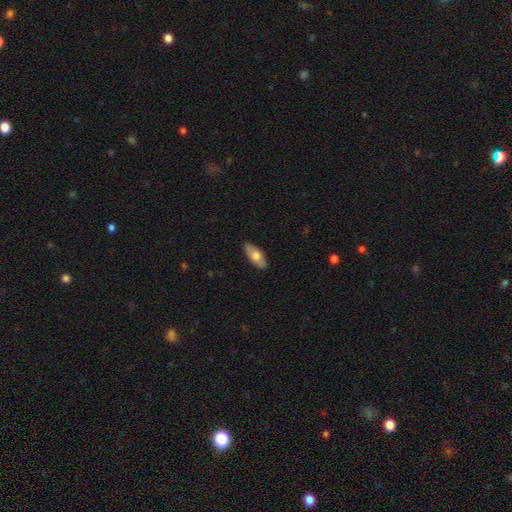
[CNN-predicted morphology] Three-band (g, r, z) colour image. It shows a smooth galaxy with no disk features (68%) that is in between round and cigar-shaped (86%). Merging: none (88%).